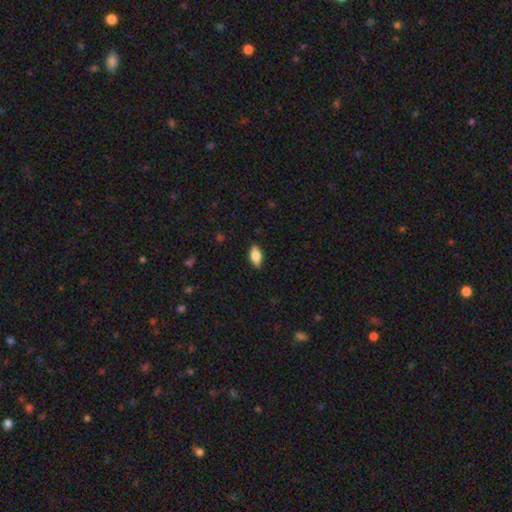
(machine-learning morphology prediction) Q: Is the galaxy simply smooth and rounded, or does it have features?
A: smooth — 70%.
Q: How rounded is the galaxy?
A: in between — 85%.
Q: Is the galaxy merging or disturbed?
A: none — 87%.